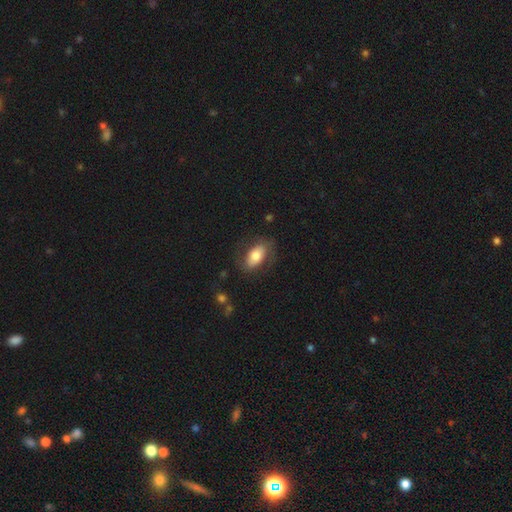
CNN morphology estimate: type=smooth (72%); roundness=in between (91%); merging=none (73%).